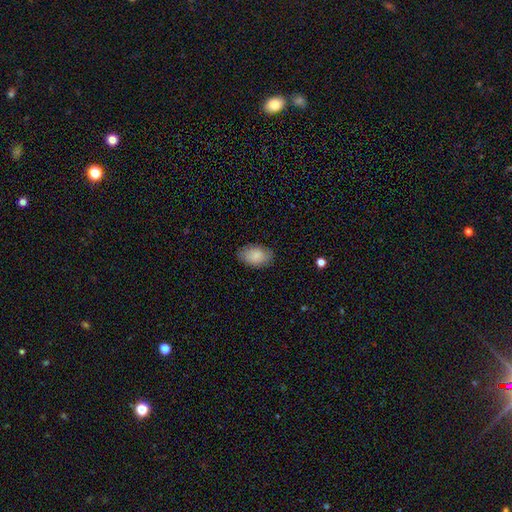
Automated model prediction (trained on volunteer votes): smooth-or-featured: smooth: 86% | featured or disk: 7% | star or artifact: 6%
  how-rounded: in between: 93% | round: 6% | cigar-shaped: 1%
  merging: none: 83% | minor disturbance: 13% | major disturbance: 3% | merger: 1%